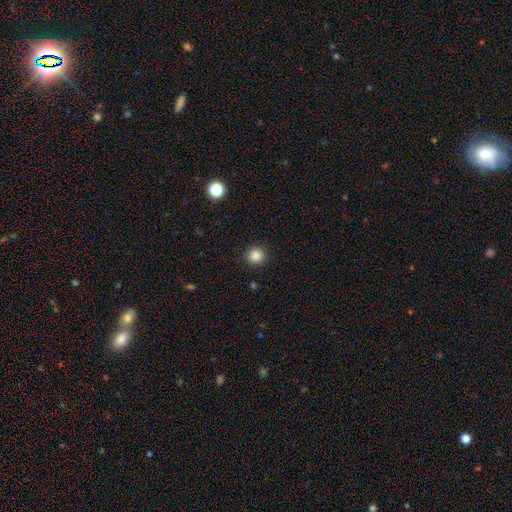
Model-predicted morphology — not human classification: smooth 86%, star or artifact 11%, featured or disk 3%. Down the decision tree: how rounded — round (92%); merging — none (91%).